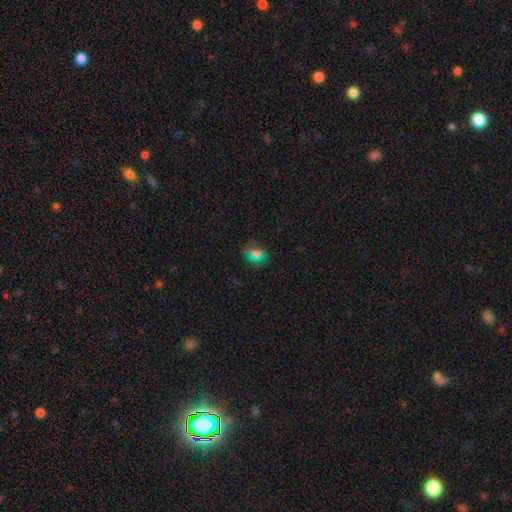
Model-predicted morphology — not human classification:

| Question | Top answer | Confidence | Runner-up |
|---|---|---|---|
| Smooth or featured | smooth | 57% | star or artifact (33%) |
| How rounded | round | 55% | in between (41%) |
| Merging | none | 80% | minor disturbance (13%) |